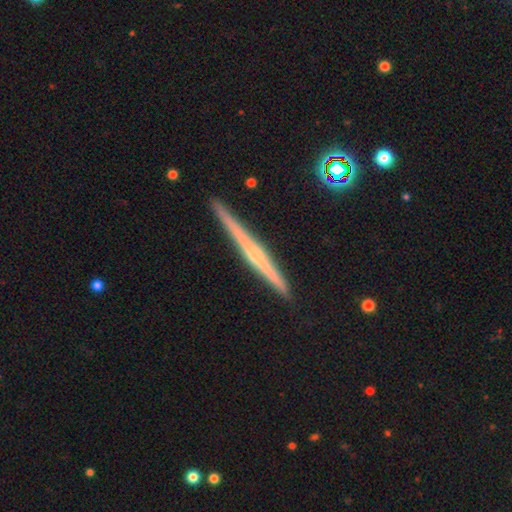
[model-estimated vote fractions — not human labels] Smooth or featured: featured or disk — 73% (smooth — 20%)
Edge-on disk: yes — 98% (no — 2%)
Edge-on bulge: rounded — 49% (none — 43%)
Merging: none — 91% (minor disturbance — 7%)